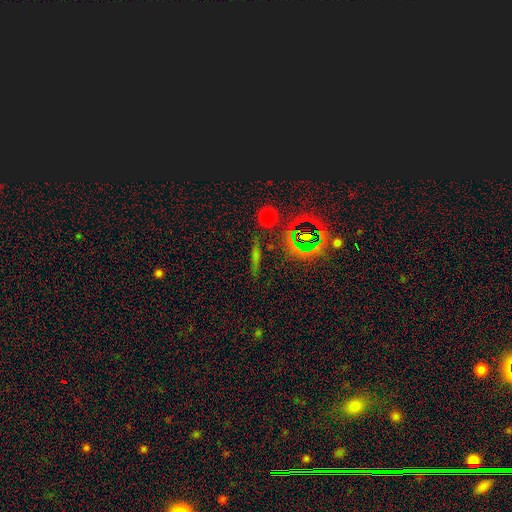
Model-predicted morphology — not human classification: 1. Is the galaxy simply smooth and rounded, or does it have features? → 35% star or artifact, 34% smooth, 31% featured or disk.